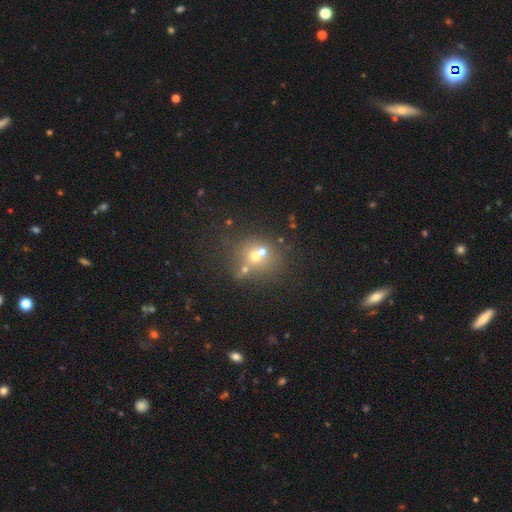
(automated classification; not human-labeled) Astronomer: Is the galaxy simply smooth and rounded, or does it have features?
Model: smooth — 55%.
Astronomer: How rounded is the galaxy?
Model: round — 79%.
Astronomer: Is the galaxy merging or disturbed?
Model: merger — 44% (runner-up: none, 43%).